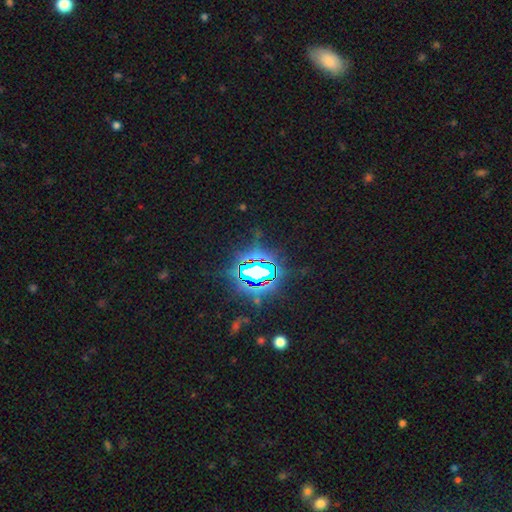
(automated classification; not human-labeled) Smooth or featured? Predicted: star or artifact (p=0.84).